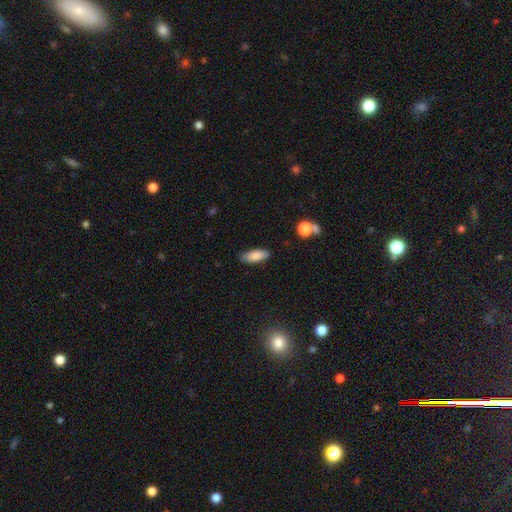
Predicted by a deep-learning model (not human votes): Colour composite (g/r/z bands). It shows a smooth galaxy with no disk features (86%) that is in between round and cigar-shaped (76%). Merging: none (84%).